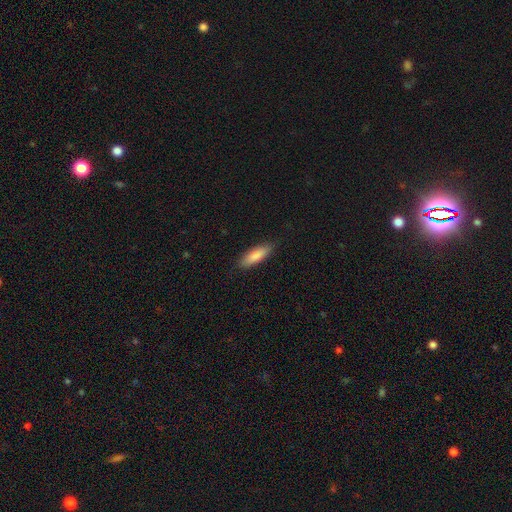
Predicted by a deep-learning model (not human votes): The model was most divided on "how rounded": cigar-shaped: 50%, in between: 48%, round: 2%. More confident: merging — none (86%); smooth or featured — smooth (85%).